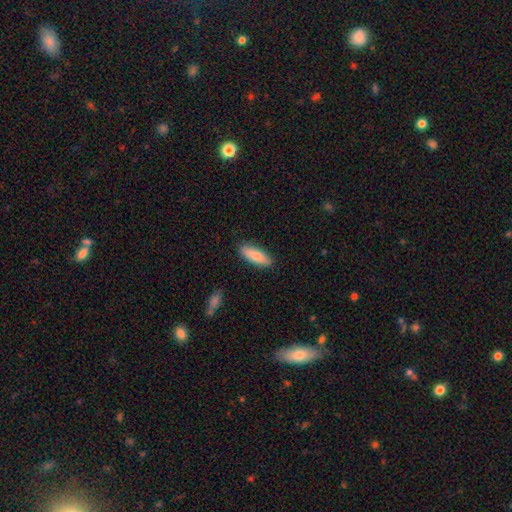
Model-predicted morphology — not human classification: Overall: smooth (85%). How rounded: in between (58%; cigar-shaped 40%). Merging: none (87%).